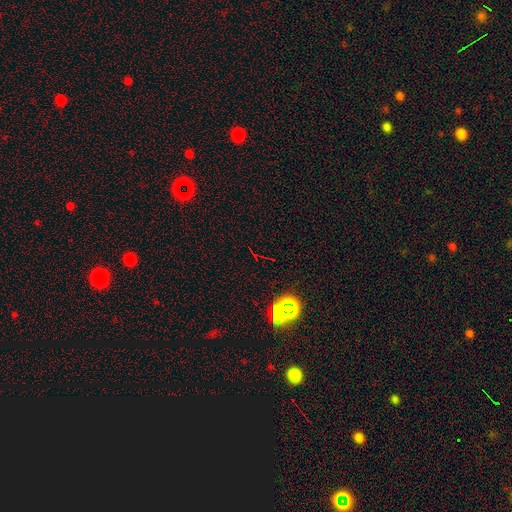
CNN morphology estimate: star or artifact 71%, smooth 19%, featured or disk 10%.